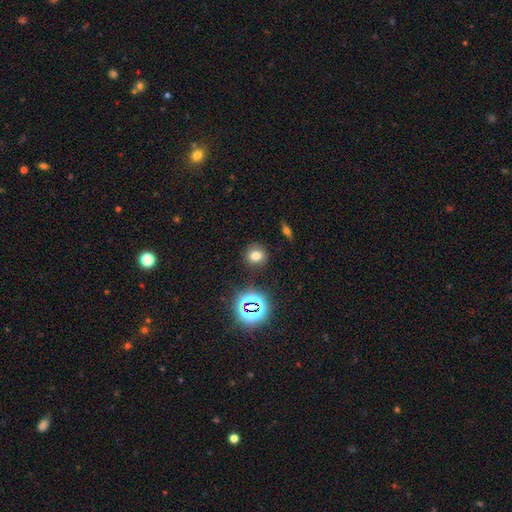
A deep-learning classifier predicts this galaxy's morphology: The model was most divided on "smooth or featured": smooth: 70%, star or artifact: 21%, featured or disk: 10%. More confident: merging — none (84%); how rounded — round (78%).